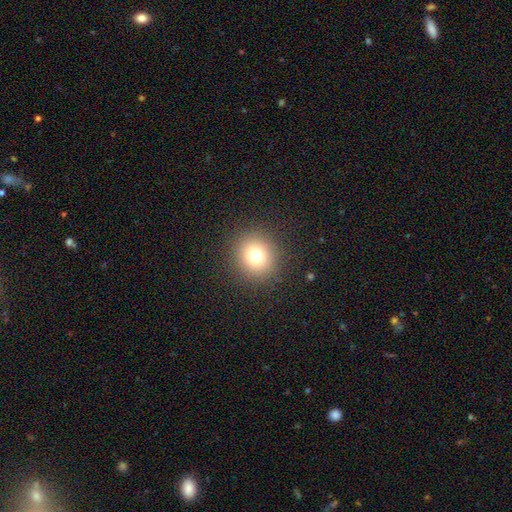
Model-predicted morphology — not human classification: smooth-or-featured: smooth: 77% | star or artifact: 15% | featured or disk: 9%
  how-rounded: round: 88% | in between: 11% | cigar-shaped: 1%
  merging: none: 90% | minor disturbance: 6% | major disturbance: 3% | merger: 1%